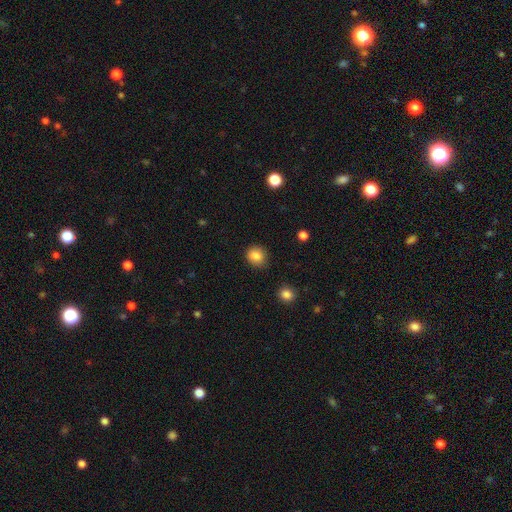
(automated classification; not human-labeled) smooth-or-featured: smooth: 85% | star or artifact: 10% | featured or disk: 5%
  how-rounded: round: 81% | in between: 18% | cigar-shaped: 1%
  merging: none: 85% | minor disturbance: 11% | major disturbance: 3% | merger: 2%